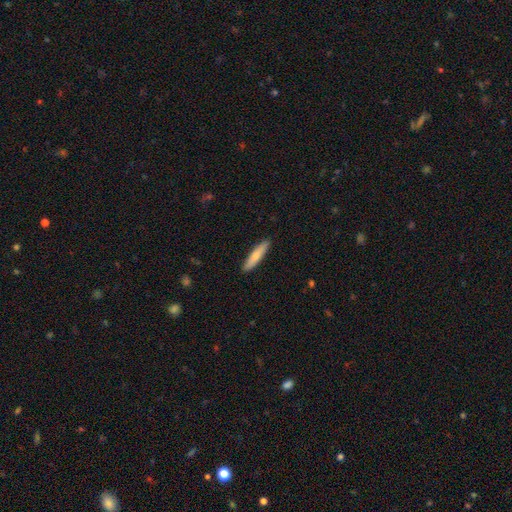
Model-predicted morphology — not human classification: Overall: smooth (75%). How rounded: cigar-shaped (85%). Merging: none (90%).